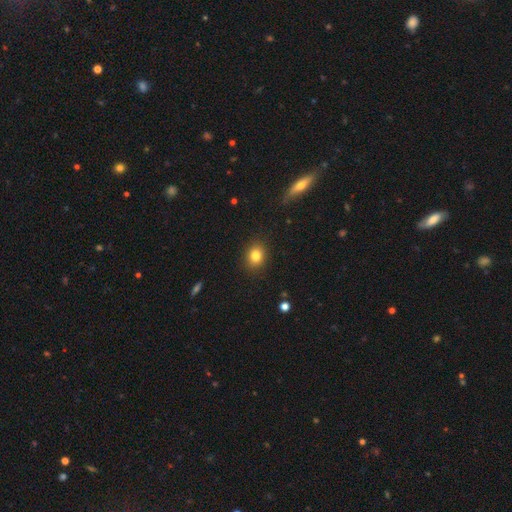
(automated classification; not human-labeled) Smooth or featured? smooth (83%)
How rounded? round (56%)
Merging? none (88%)